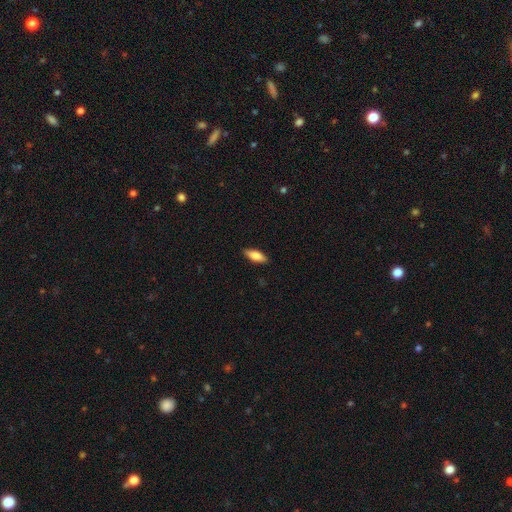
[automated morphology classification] Smooth or featured: smooth — 76% (featured or disk — 18%)
How rounded: in between — 68% (cigar-shaped — 29%)
Merging: none — 89% (minor disturbance — 9%)